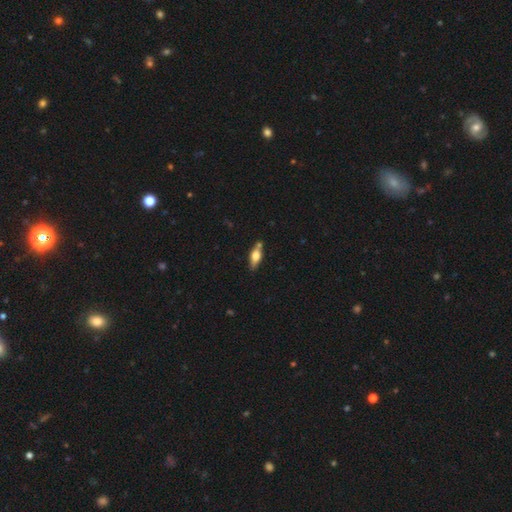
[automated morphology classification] Overall: smooth (56%; featured or disk 37%). How rounded: in between (67%; cigar-shaped 29%). Merging: none (70%).